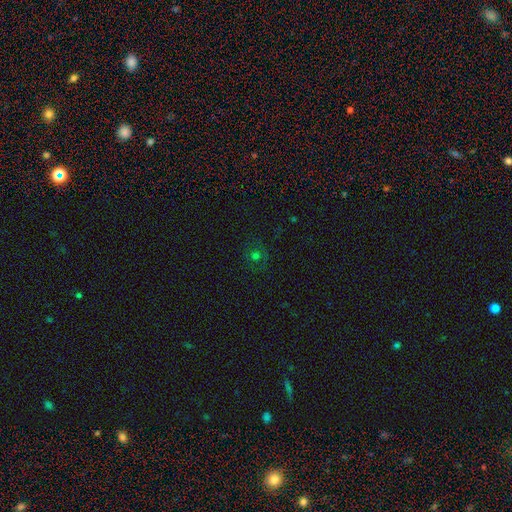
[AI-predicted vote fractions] A smooth galaxy with no disk features (52%) that is round (86%). Merging: none (77%).